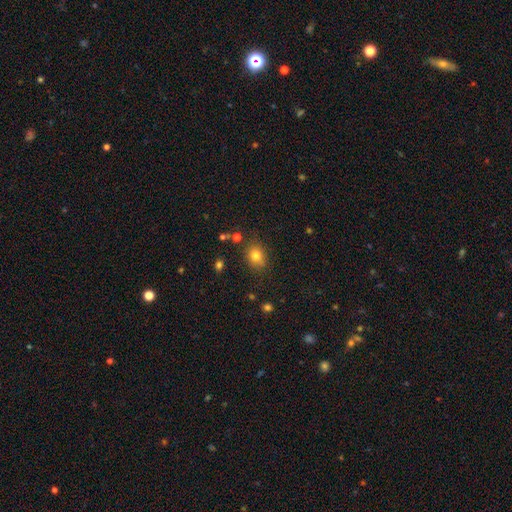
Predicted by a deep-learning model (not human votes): Morphology: type=smooth (80%); roundness=in between (50%); merging=none (81%).